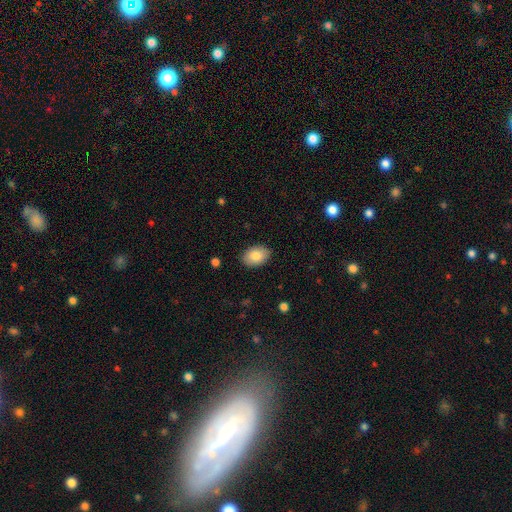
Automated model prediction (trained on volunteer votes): A smooth galaxy with no disk features (82%) that is in between round and cigar-shaped (86%).

Vote fractions:
- Smooth or featured? smooth: 82% / featured or disk: 12% / star or artifact: 7%
- How rounded? in between: 86% / round: 13% / cigar-shaped: 1%
- Merging? none: 88% / minor disturbance: 9% / major disturbance: 2% / merger: 1%